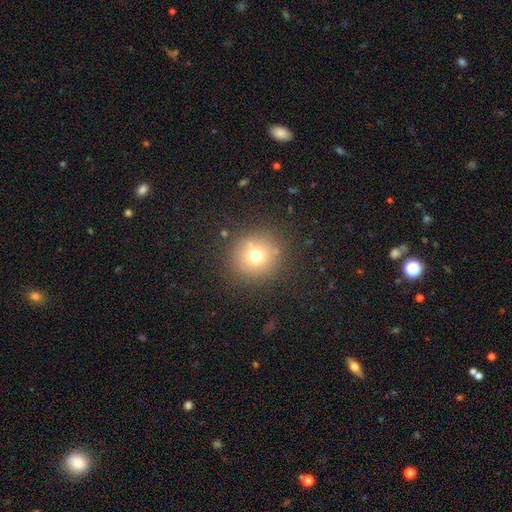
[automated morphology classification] This appears to be a smooth galaxy with no disk features (70%) that is round (92%). Merging: none (84%).